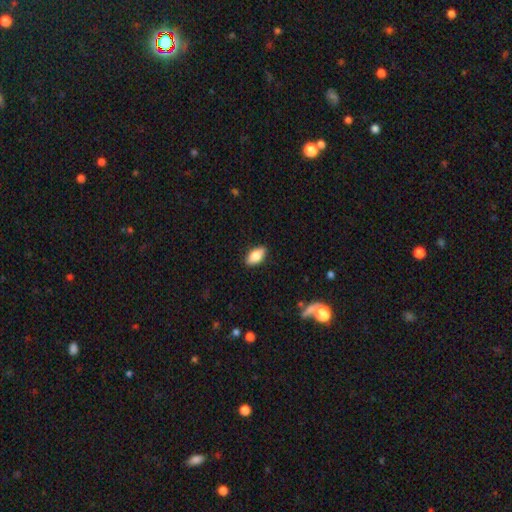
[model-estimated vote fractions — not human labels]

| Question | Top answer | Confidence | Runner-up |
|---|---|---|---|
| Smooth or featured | smooth | 77% | featured or disk (16%) |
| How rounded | in between | 87% | cigar-shaped (8%) |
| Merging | none | 87% | minor disturbance (10%) |